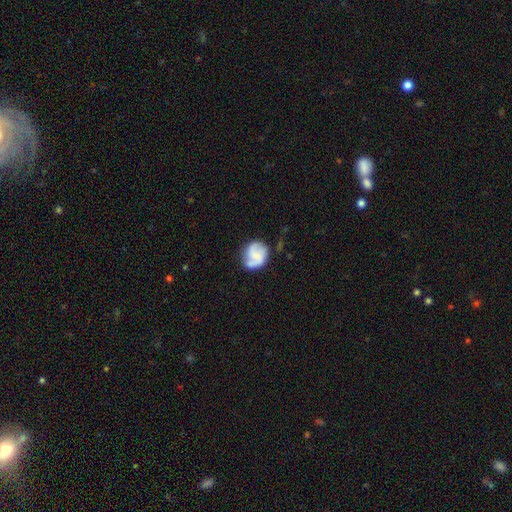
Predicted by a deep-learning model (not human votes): Smooth or featured? Predicted: featured or disk (p=0.62). Edge-on disk? Predicted: no (p=0.98). Bar? Predicted: no (p=0.45). Spiral arms? Predicted: yes (p=0.88). Spiral winding? Predicted: medium (p=0.44). Spiral arm count? Predicted: 2 (p=0.78). Bulge size? Predicted: small (p=0.39). Merging? Predicted: none (p=0.64).